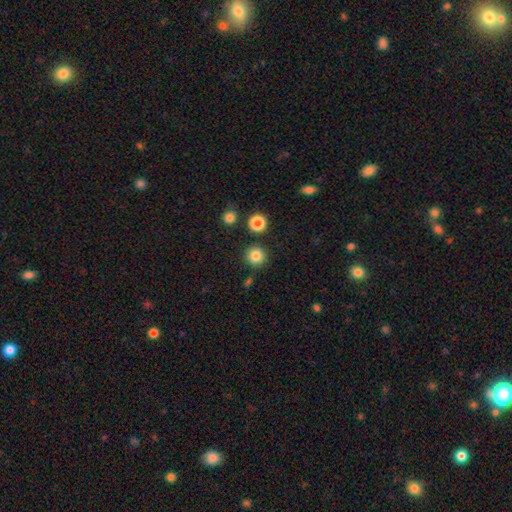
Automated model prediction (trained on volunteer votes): Smooth or featured?
  - smooth: 83% *
  - star or artifact: 12%
  - featured or disk: 5%
How rounded?
  - round: 93% *
  - in between: 6%
  - cigar-shaped: 1%
Merging?
  - none: 86% *
  - minor disturbance: 7%
  - merger: 4%
  - major disturbance: 3%